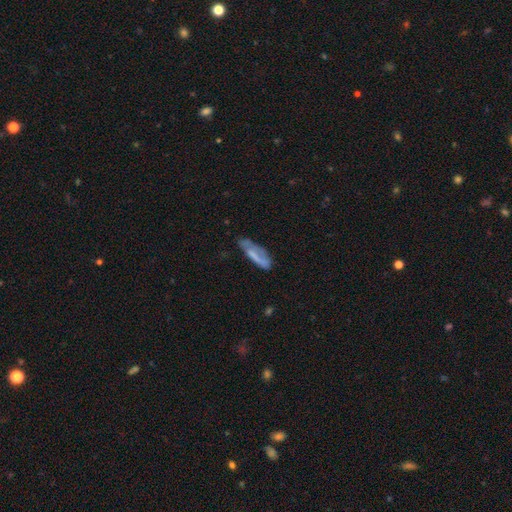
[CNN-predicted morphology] Overall: smooth (55%; featured or disk 38%). How rounded: cigar-shaped (57%; in between 42%). Merging: none (48%; minor disturbance 30%).